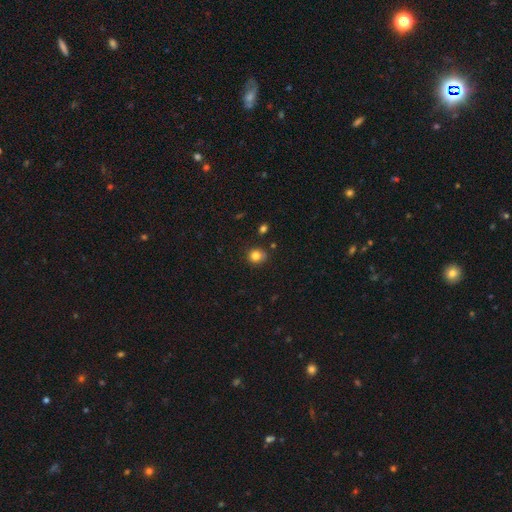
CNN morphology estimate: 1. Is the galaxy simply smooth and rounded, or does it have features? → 82% smooth, 12% star or artifact, 7% featured or disk.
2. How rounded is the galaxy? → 79% round, 21% in between, 1% cigar-shaped.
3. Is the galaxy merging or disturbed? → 80% none, 14% minor disturbance, 3% merger, 3% major disturbance.